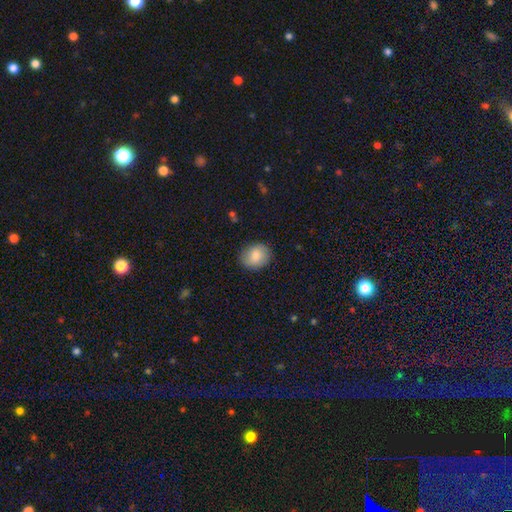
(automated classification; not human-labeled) The model was most divided on "how rounded": round: 58%, in between: 41%, cigar-shaped: 1%. More confident: merging — none (84%); smooth or featured — smooth (82%).